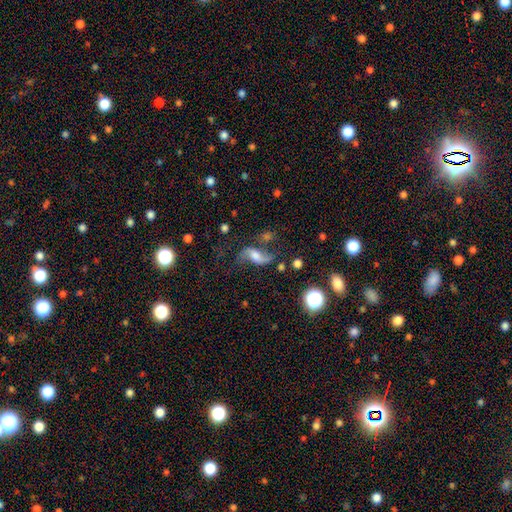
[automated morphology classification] smooth-or-featured: featured or disk: 70% | smooth: 18% | star or artifact: 11%
  disk-edge-on: no: 94% | yes: 6%
    bar: no: 45% | weak: 39% | strong: 16%
    has-spiral-arms: yes: 91% | no: 9%
      spiral-winding: loose: 86% | medium: 11% | tight: 3%
      spiral-arm-count: 2: 90% | 1: 4% | can't tell: 3% | 3: 1% | 4: 1% | more than 4: 1%
    bulge-size: moderate: 45% | small: 21% | large: 21% | none: 10% | dominant: 3%
  merging: none: 54% | minor disturbance: 19% | major disturbance: 18% | merger: 9%